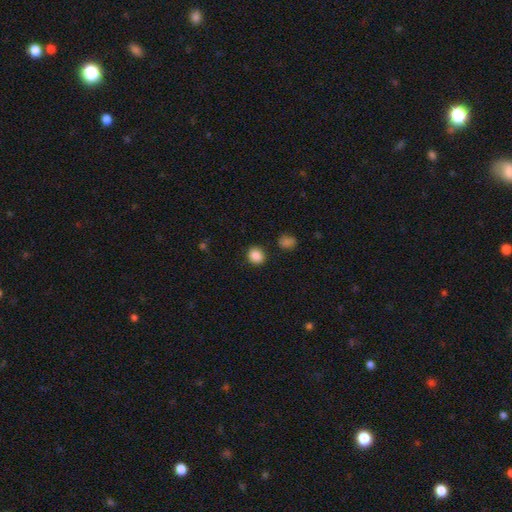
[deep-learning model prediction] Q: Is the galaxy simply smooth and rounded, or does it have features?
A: smooth — 87%.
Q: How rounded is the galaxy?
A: round — 79%.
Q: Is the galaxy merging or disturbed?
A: none — 88%.